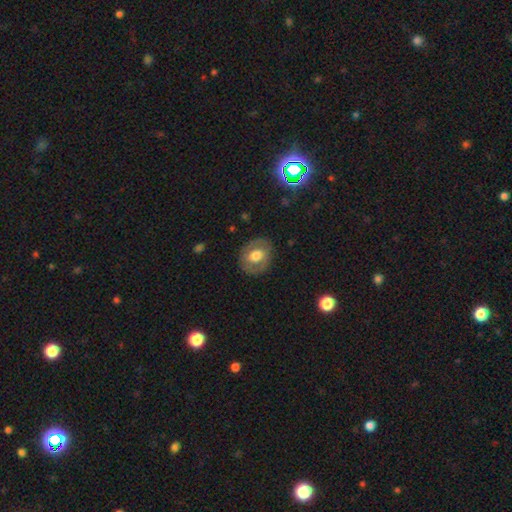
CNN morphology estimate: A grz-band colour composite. It shows a smooth galaxy with no disk features (53%) that is round (53%). Merging: none (82%).